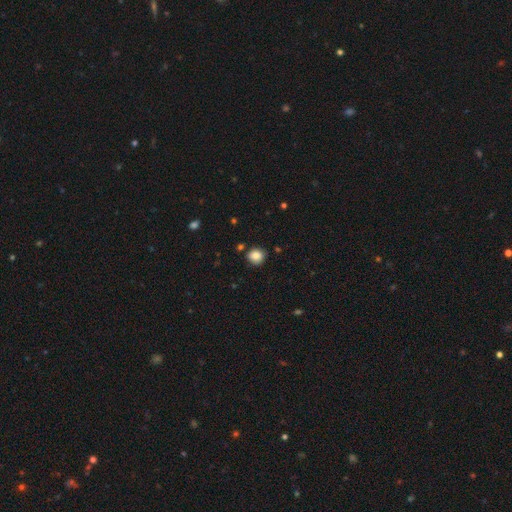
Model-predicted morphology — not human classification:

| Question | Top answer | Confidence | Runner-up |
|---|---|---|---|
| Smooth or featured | smooth | 86% | star or artifact (10%) |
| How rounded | round | 83% | in between (16%) |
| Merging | none | 82% | minor disturbance (12%) |